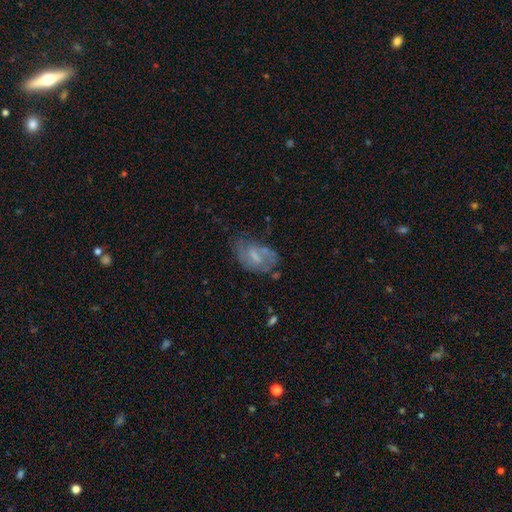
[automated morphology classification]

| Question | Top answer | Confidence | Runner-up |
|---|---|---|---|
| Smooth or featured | featured or disk | 55% | smooth (37%) |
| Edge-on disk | no | 95% | yes (5%) |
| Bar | weak | 50% | no (33%) |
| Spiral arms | yes | 62% | no (38%) |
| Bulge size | small | 35% | moderate (30%) |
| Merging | none | 48% | minor disturbance (29%) |